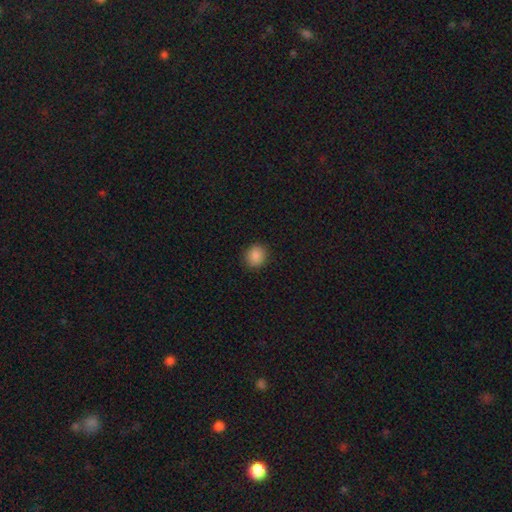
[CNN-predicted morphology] Smooth or featured: smooth — 87% (star or artifact — 9%)
How rounded: round — 77% (in between — 22%)
Merging: none — 91% (minor disturbance — 6%)